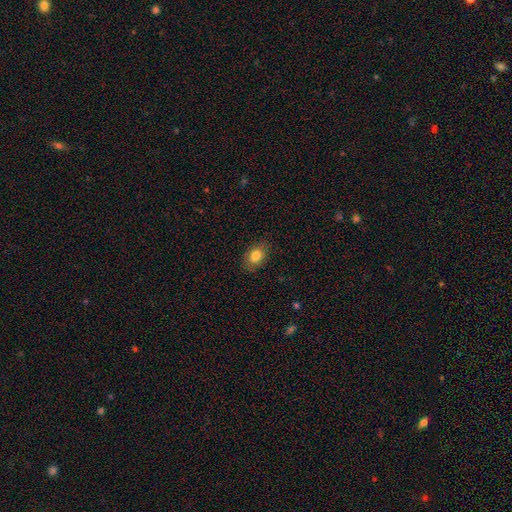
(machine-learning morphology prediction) smooth 82%, star or artifact 9%, featured or disk 9%. Down the decision tree: how rounded — in between (74%); merging — none (85%).